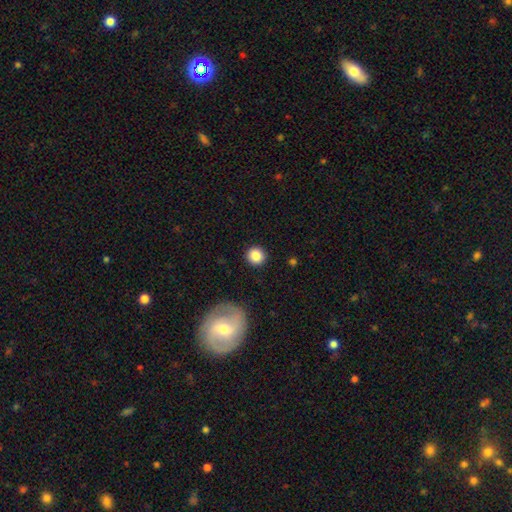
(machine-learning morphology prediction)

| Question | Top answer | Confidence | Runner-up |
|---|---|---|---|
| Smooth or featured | smooth | 85% | star or artifact (9%) |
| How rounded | round | 93% | in between (6%) |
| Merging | none | 91% | minor disturbance (5%) |